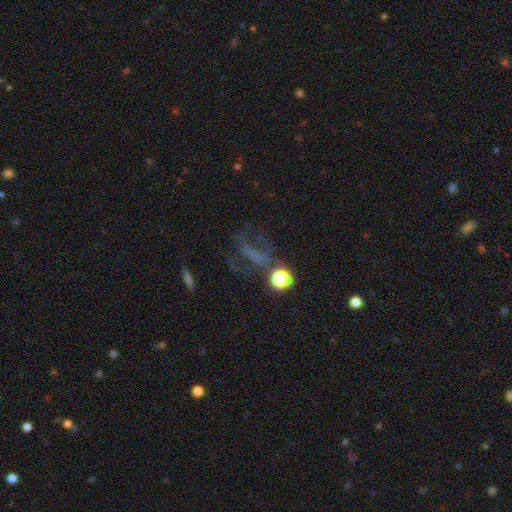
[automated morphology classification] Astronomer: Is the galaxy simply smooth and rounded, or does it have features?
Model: star or artifact — 37% (runner-up: smooth, 34%).